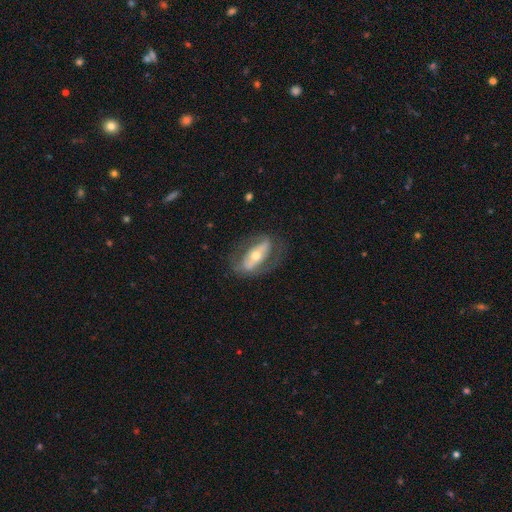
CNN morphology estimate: Smooth or featured? featured or disk (68%)
Edge-on disk? no (82%)
Bar? strong (49%)
Spiral arms? yes (52%)
Bulge size? moderate (61%)
Merging? none (69%)